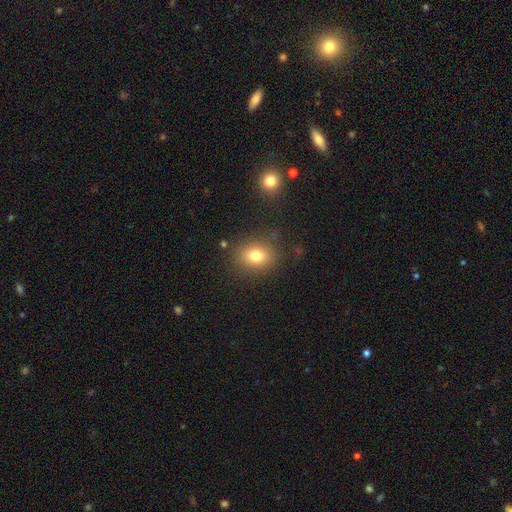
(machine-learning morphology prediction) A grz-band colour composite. It shows a smooth galaxy with no disk features (78%) that is round (55%). Merging: none (83%).